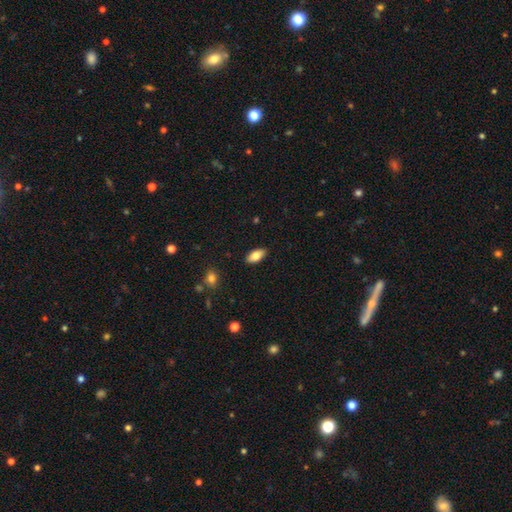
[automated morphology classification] Smooth or featured: smooth — 82% (featured or disk — 11%)
How rounded: in between — 90% (cigar-shaped — 8%)
Merging: none — 89% (minor disturbance — 9%)